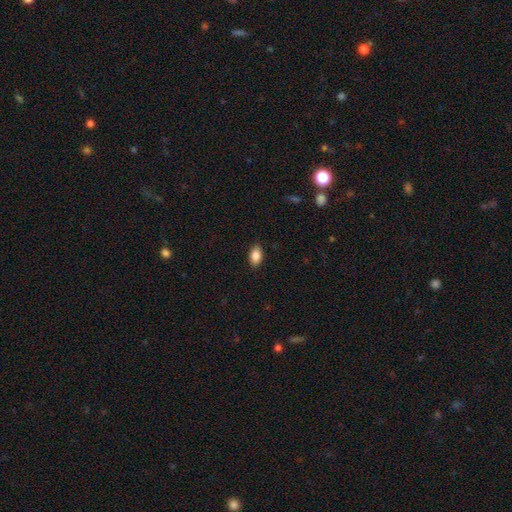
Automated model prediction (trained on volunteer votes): A smooth galaxy with no disk features (85%) that is in between round and cigar-shaped (91%).

Vote fractions:
- Smooth or featured? smooth: 85% / star or artifact: 8% / featured or disk: 7%
- How rounded? in between: 91% / round: 6% / cigar-shaped: 3%
- Merging? none: 88% / minor disturbance: 9% / major disturbance: 2% / merger: 1%